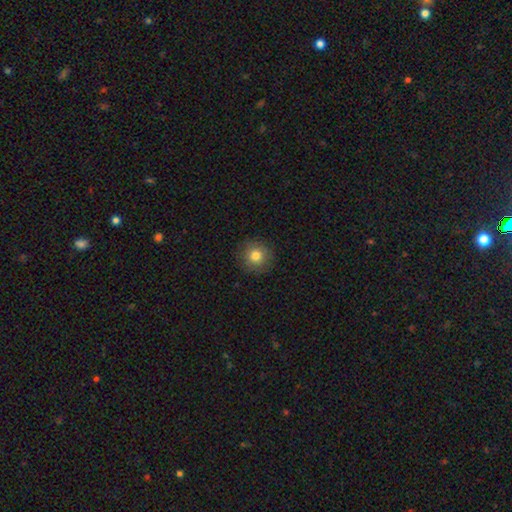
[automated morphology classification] smooth_or_featured: smooth (p=0.79) [alt: star or artifact p=0.10]
how_rounded: round (p=0.94) [alt: in between p=0.05]
merging: none (p=0.89) [alt: minor disturbance p=0.08]